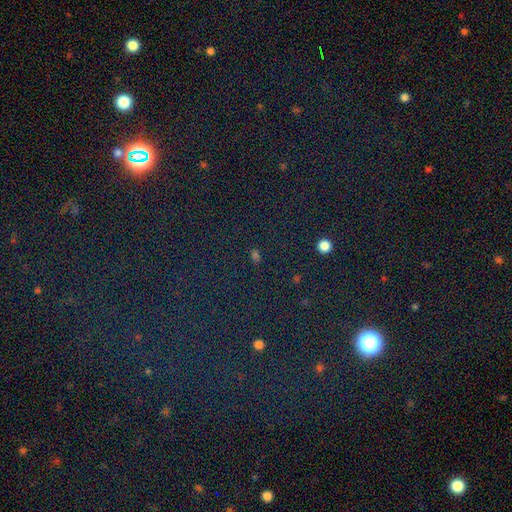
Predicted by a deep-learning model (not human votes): A star or artifact, not a galaxy (58%).